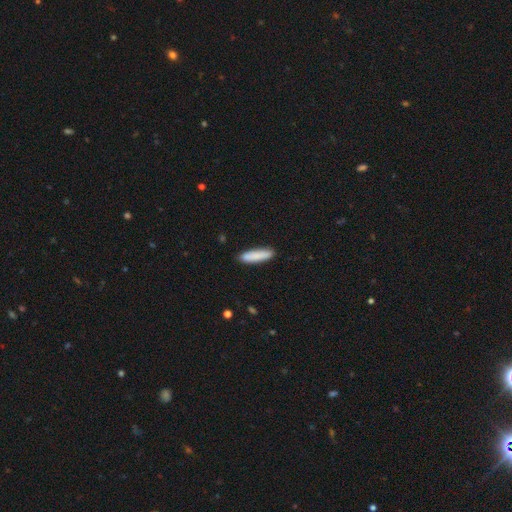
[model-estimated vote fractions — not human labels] Morphology: type=smooth (87%); roundness=cigar-shaped (78%); merging=none (88%).